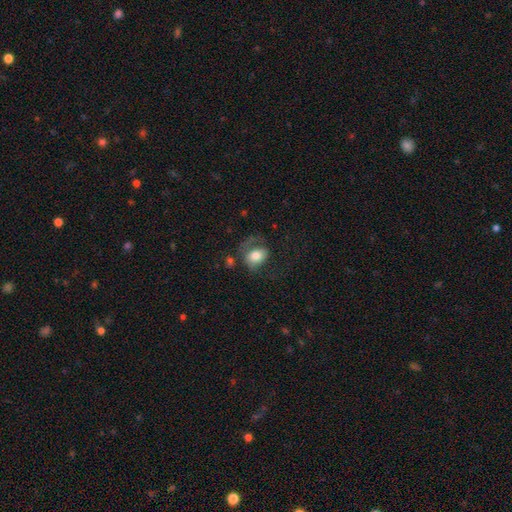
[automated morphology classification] A smooth galaxy with no disk features (67%) that is in between round and cigar-shaped (65%). Merging: major disturbance (40%).